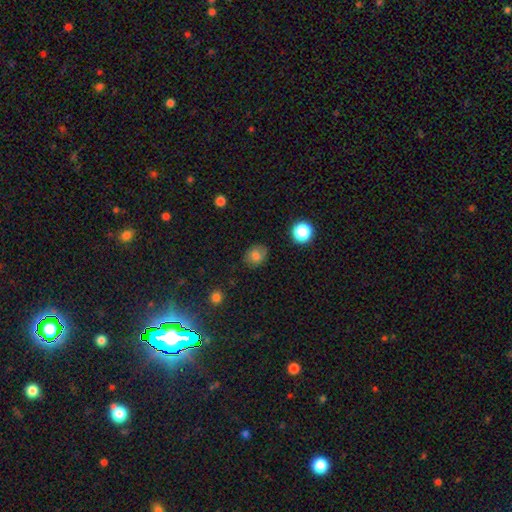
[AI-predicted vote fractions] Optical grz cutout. It shows a smooth galaxy with no disk features (77%) that is round (58%). Merging: none (78%).